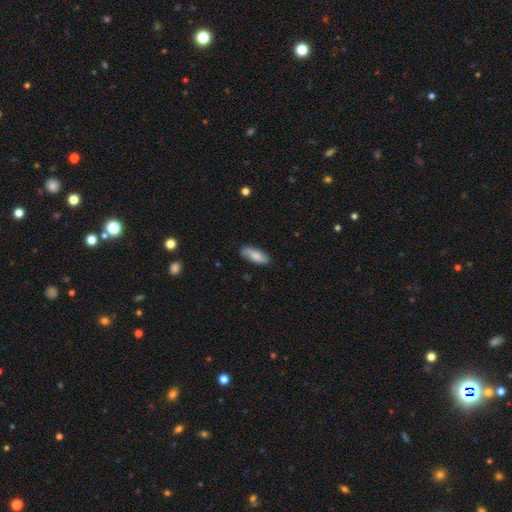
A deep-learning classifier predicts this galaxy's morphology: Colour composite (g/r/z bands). It shows a smooth galaxy with no disk features (77%) that is in between round and cigar-shaped (73%). Merging: none (81%).